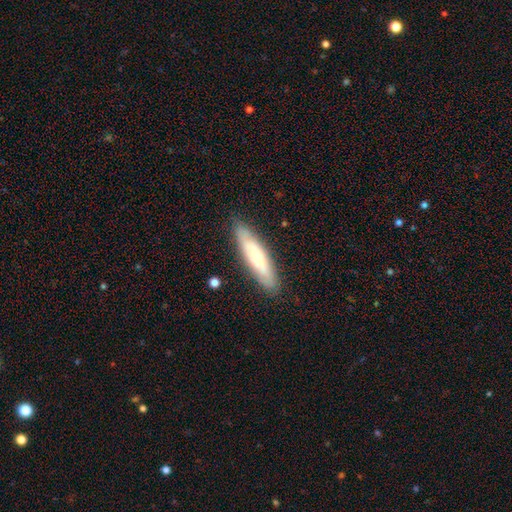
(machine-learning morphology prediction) smooth_or_featured: smooth (p=0.61) [alt: featured or disk p=0.33]
how_rounded: cigar-shaped (p=0.79) [alt: in between p=0.19]
merging: none (p=0.86) [alt: minor disturbance p=0.11]